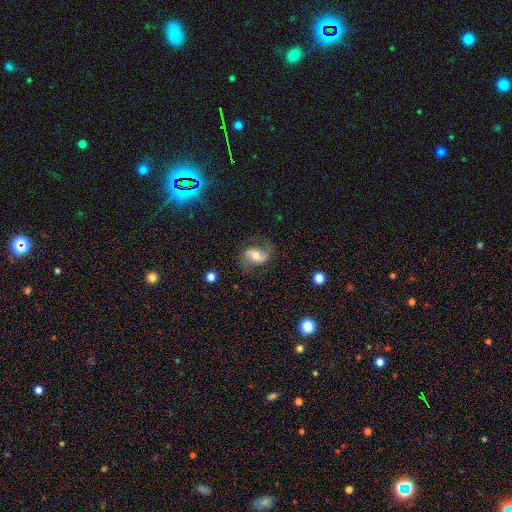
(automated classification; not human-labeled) A featured or disk galaxy (76%) with no bar (46%), 2 (90%) loose (57%) spiral arms (93%) and a moderate central bulge (69%).

Vote fractions:
- Smooth or featured? featured or disk: 76% / smooth: 17% / star or artifact: 7%
- Edge-on disk? no: 97% / yes: 3%
- Bar? no: 46% / weak: 37% / strong: 17%
- Spiral arms? yes: 93% / no: 7%
- Spiral winding? loose: 57% / medium: 34% / tight: 9%
- Spiral arm count? 2: 90% / 1: 4% / can't tell: 3% / 3: 1% / 4: 1% / more than 4: 1%
- Bulge size? moderate: 69% / small: 20% / large: 8% / none: 1% / dominant: 1%
- Merging? none: 73% / minor disturbance: 16% / major disturbance: 9% / merger: 1%